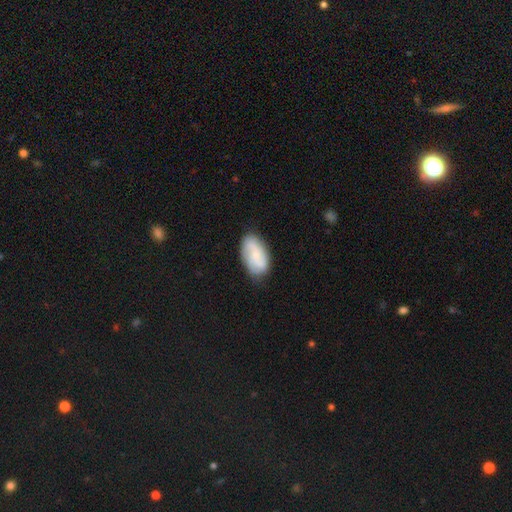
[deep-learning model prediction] Q: Smooth or featured?
A: smooth (51%); runner-up: featured or disk (42%)
Q: How rounded?
A: in between (92%); runner-up: round (6%)
Q: Merging?
A: none (73%); runner-up: minor disturbance (20%)